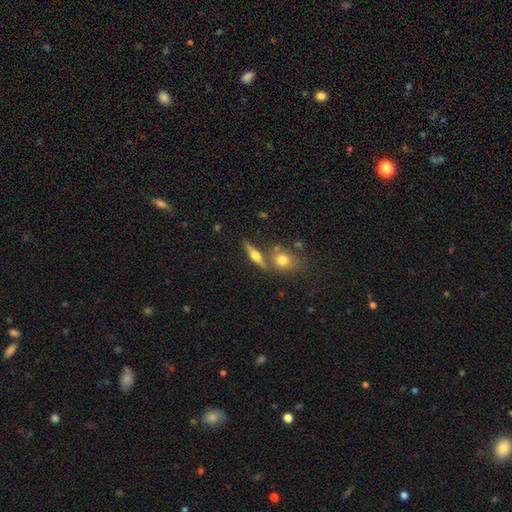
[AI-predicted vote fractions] The model was most divided on "smooth or featured": featured or disk: 63%, smooth: 29%, star or artifact: 8%. More confident: edge-on disk — yes (95%); edge-on bulge — rounded (95%); merging — none (71%).